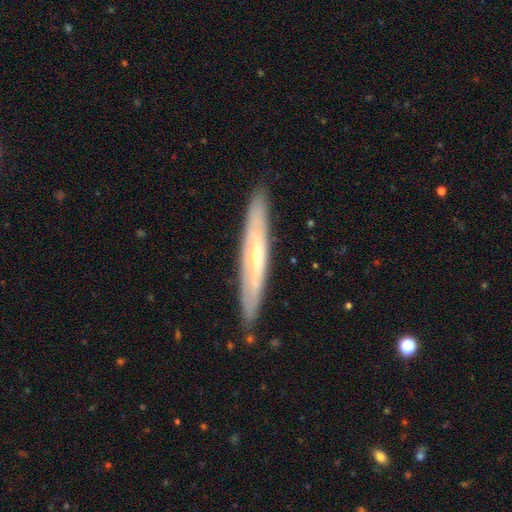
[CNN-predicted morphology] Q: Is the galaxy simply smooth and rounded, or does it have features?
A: featured or disk — 68%.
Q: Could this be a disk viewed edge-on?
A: yes — 71%.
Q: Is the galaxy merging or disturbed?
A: none — 87%.